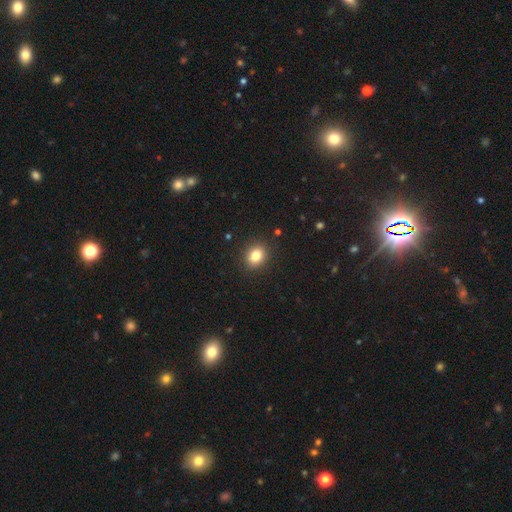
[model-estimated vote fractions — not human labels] smooth 82%, star or artifact 11%, featured or disk 7%. Down the decision tree: how rounded — round (56%); merging — none (90%).